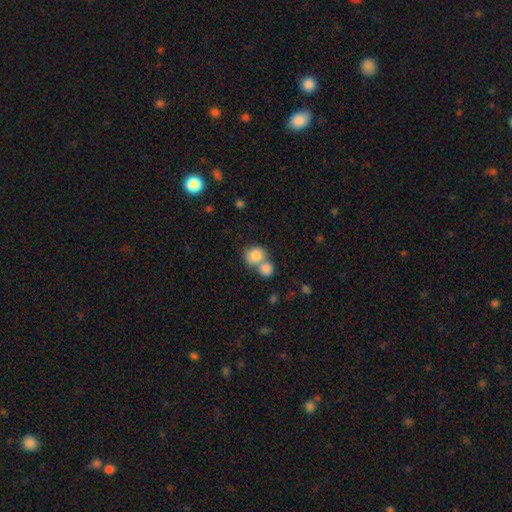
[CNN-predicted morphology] Smooth or featured? smooth (83%)
How rounded? round (73%)
Merging? merger (57%)